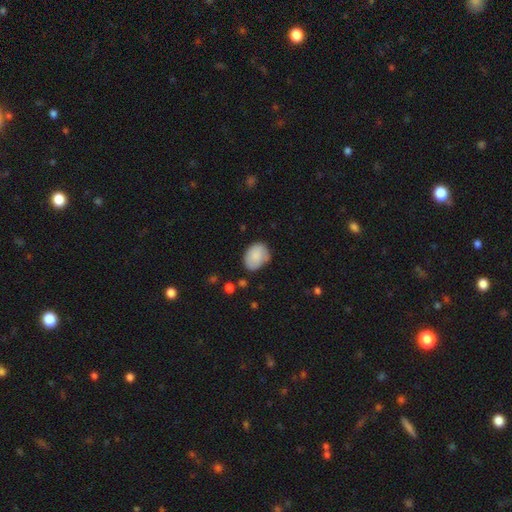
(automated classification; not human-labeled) The model was most divided on "how rounded": in between: 67%, round: 32%, cigar-shaped: 1%. More confident: smooth or featured — smooth (82%); merging — none (64%).